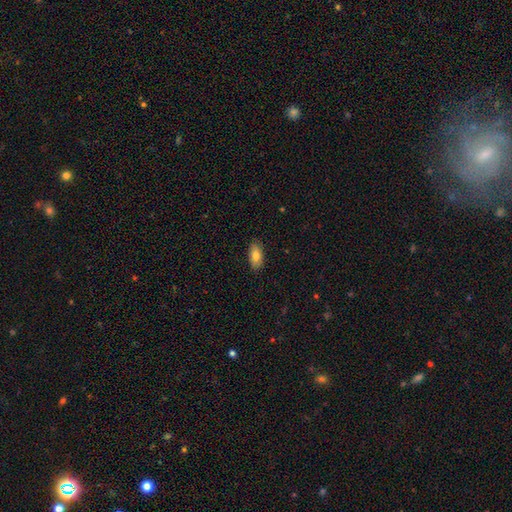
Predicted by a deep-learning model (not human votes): This appears to be a smooth galaxy with no disk features (80%) that is in between round and cigar-shaped (90%). Merging: none (87%).